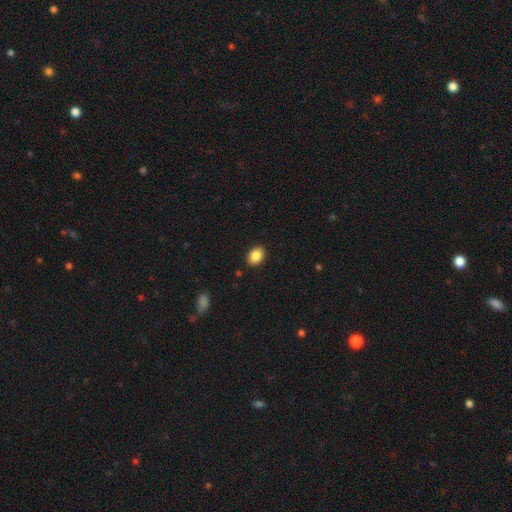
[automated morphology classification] Smooth or featured? smooth (88%)
How rounded? in between (72%)
Merging? none (89%)